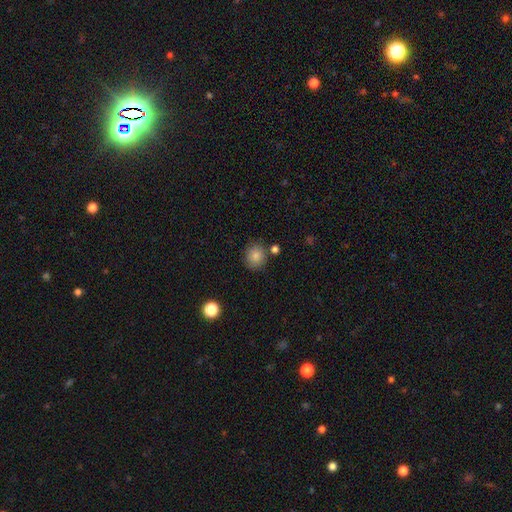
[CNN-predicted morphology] Q: Smooth or featured?
A: smooth (85%); runner-up: star or artifact (10%)
Q: How rounded?
A: round (82%); runner-up: in between (17%)
Q: Merging?
A: none (80%); runner-up: minor disturbance (11%)